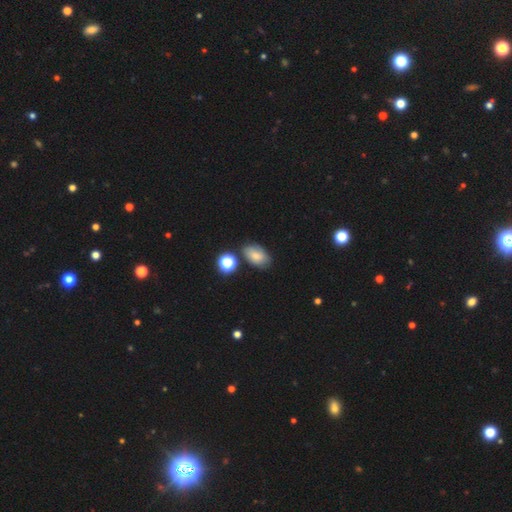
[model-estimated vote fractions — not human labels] This appears to be a smooth galaxy with no disk features (72%) that is in between round and cigar-shaped (88%). Merging: none (69%).